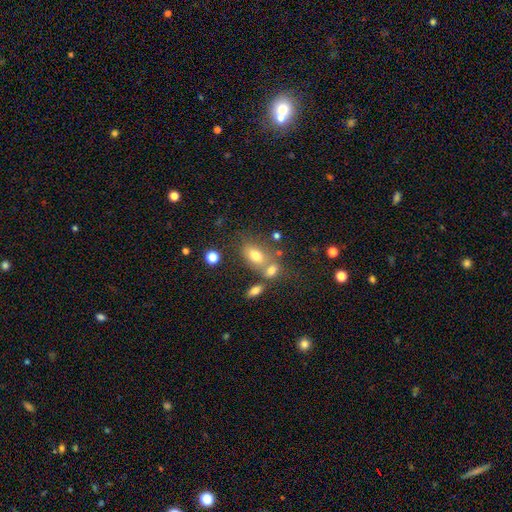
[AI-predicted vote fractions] Morphology: type=smooth (71%); roundness=in between (80%); merging=none (49%).